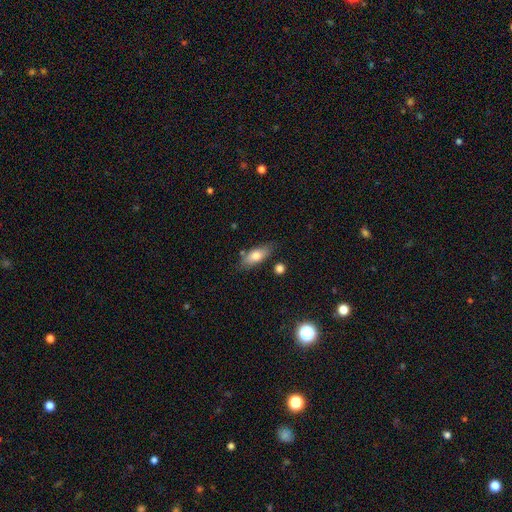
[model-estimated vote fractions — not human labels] Overall: smooth (76%). How rounded: in between (77%). Merging: none (76%).